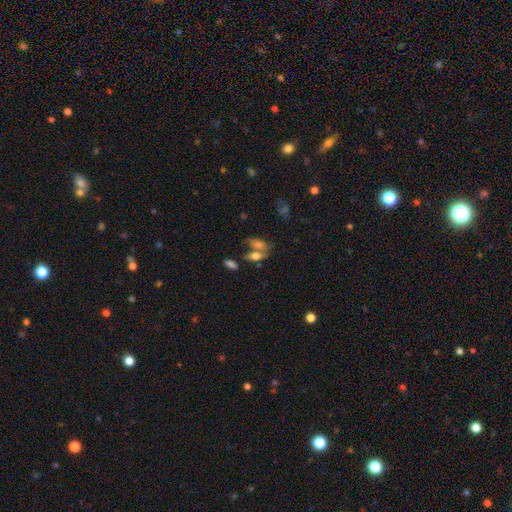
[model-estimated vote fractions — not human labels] This appears to be a smooth galaxy with no disk features (63%) that is in between round and cigar-shaped (78%). Merging: none (40%, tied with merger).